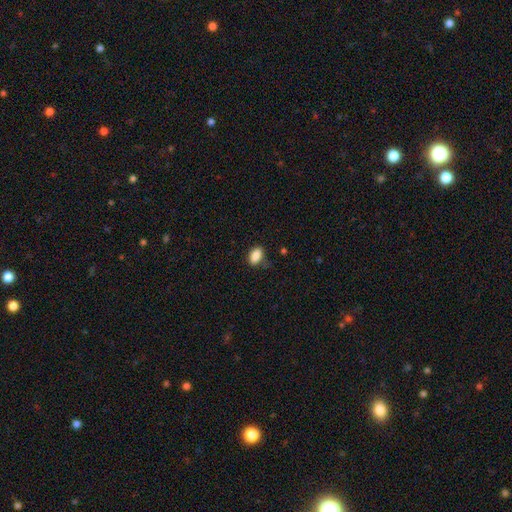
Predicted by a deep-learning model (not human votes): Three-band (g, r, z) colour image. It shows a smooth galaxy with no disk features (87%) that is in between round and cigar-shaped (87%). Merging: none (70%).